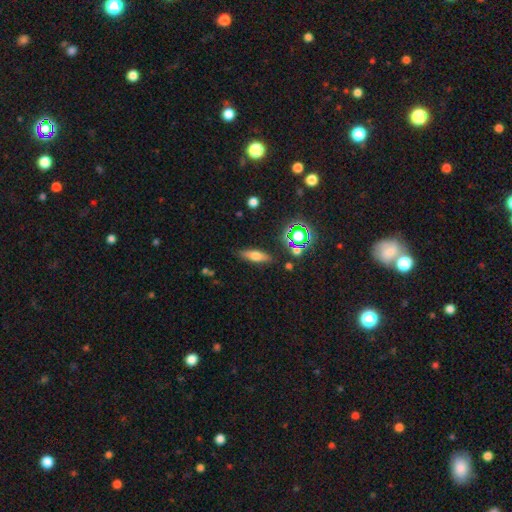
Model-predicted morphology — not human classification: This appears to be a smooth galaxy with no disk features (57%) that is in between round and cigar-shaped (47%). Merging: none (83%).